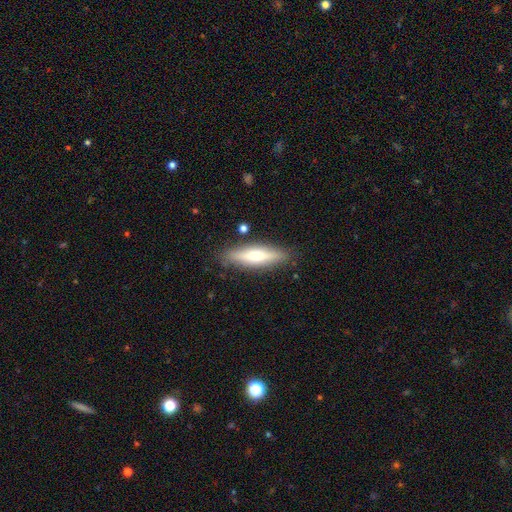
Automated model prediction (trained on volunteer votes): This appears to be a smooth galaxy with no disk features (53%) that is cigar-shaped (72%). Merging: none (85%).